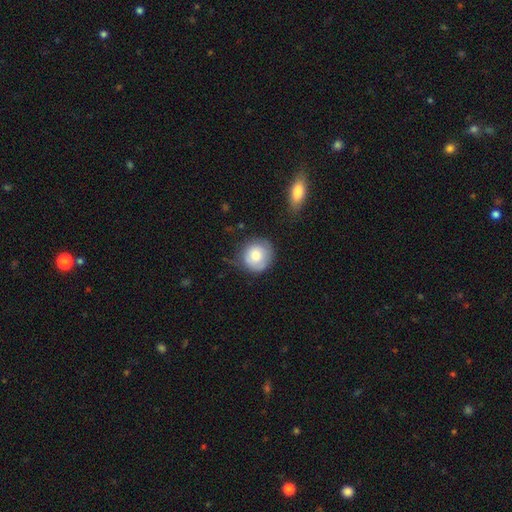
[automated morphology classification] Smooth or featured: smooth — 78% (featured or disk — 15%)
How rounded: round — 89% (in between — 10%)
Merging: none — 64% (minor disturbance — 25%)